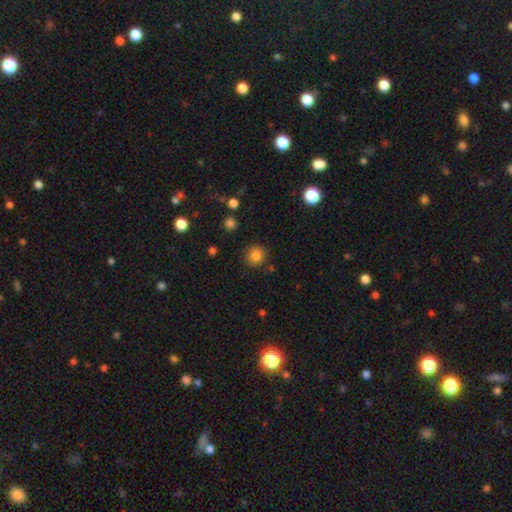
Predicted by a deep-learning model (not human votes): A smooth galaxy with no disk features (84%) that is round (91%).

Vote fractions:
- Smooth or featured? smooth: 84% / star or artifact: 11% / featured or disk: 5%
- How rounded? round: 91% / in between: 8% / cigar-shaped: 1%
- Merging? none: 87% / minor disturbance: 8% / major disturbance: 3% / merger: 2%